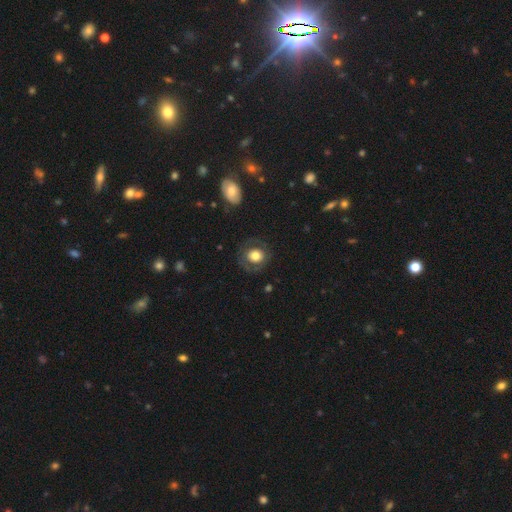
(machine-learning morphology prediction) type=smooth (67%); roundness=round (78%); merging=none (76%).